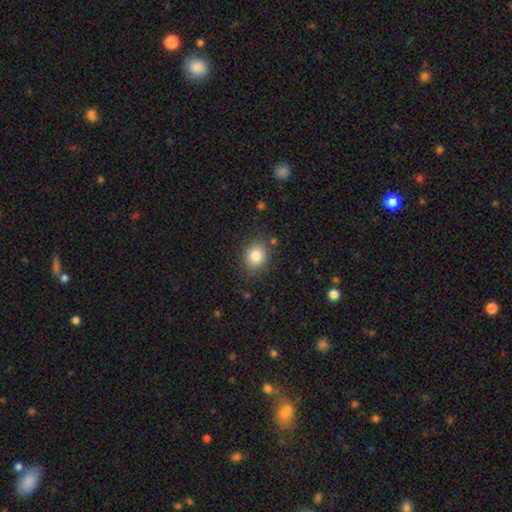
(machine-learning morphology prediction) smooth 82%, star or artifact 10%, featured or disk 8%. Down the decision tree: how rounded — round (57%); merging — none (83%).